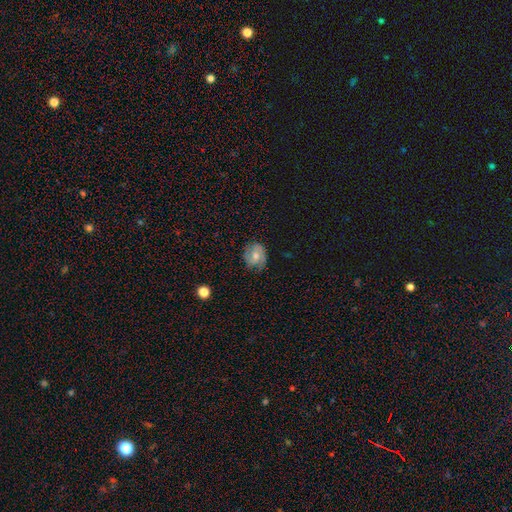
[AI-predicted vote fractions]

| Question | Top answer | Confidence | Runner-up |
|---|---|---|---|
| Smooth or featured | featured or disk | 48% | smooth (44%) |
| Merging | none | 71% | minor disturbance (22%) |